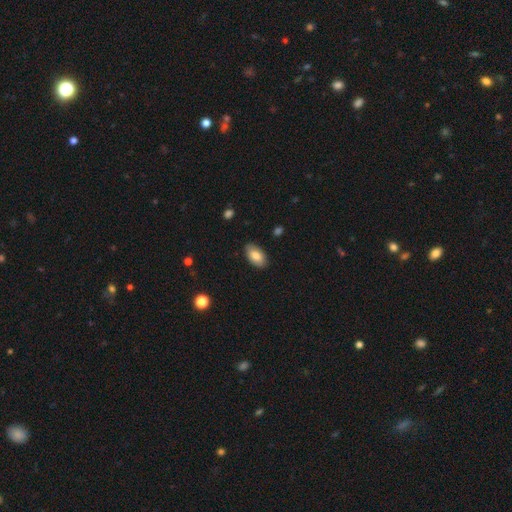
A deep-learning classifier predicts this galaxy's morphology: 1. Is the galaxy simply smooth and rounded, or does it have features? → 78% smooth, 15% featured or disk, 7% star or artifact.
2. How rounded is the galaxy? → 94% in between, 4% round, 2% cigar-shaped.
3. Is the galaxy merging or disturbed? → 85% none, 12% minor disturbance, 2% major disturbance, 1% merger.